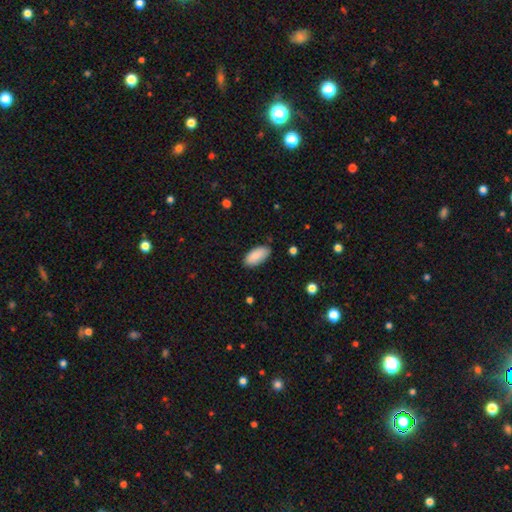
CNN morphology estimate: Smooth or featured? smooth (85%)
How rounded? in between (93%)
Merging? none (83%)